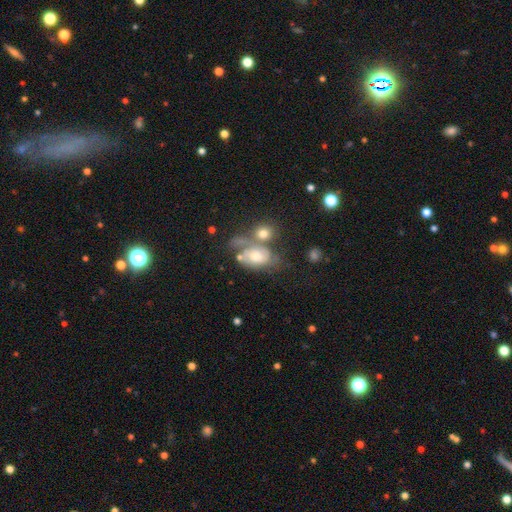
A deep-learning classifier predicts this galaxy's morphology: Q: Smooth or featured?
A: featured or disk (49%); runner-up: smooth (40%)
Q: Merging?
A: merger (32%); runner-up: none (30%)